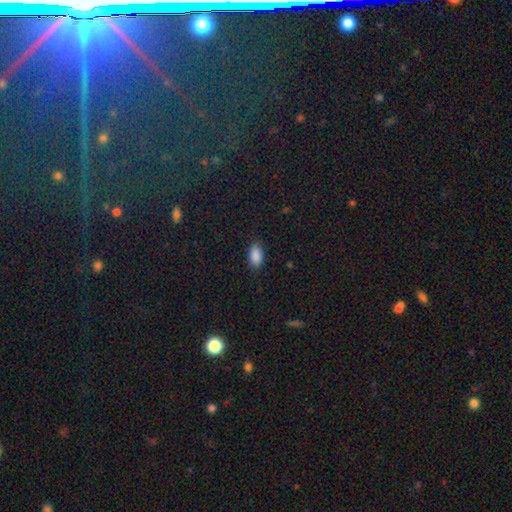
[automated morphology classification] Smooth or featured: smooth — 89% (star or artifact — 8%)
How rounded: in between — 93% (round — 4%)
Merging: none — 86% (minor disturbance — 11%)